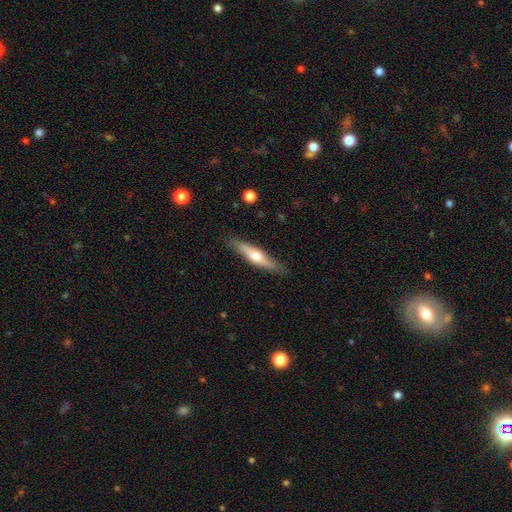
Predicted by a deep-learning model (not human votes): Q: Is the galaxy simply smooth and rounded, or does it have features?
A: featured or disk — 52%.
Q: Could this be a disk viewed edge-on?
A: yes — 92%.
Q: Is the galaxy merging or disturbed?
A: none — 85%.